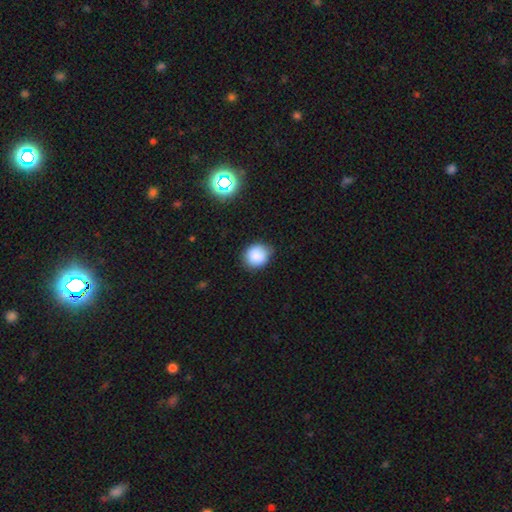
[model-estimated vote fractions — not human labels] This is clearly a smooth galaxy (84%). How rounded: likely round (75%). Merging: clearly none (81%).